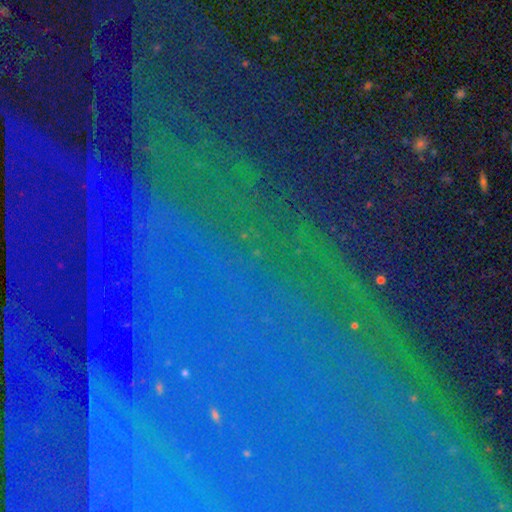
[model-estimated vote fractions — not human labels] Morphology: type=star or artifact (87%).